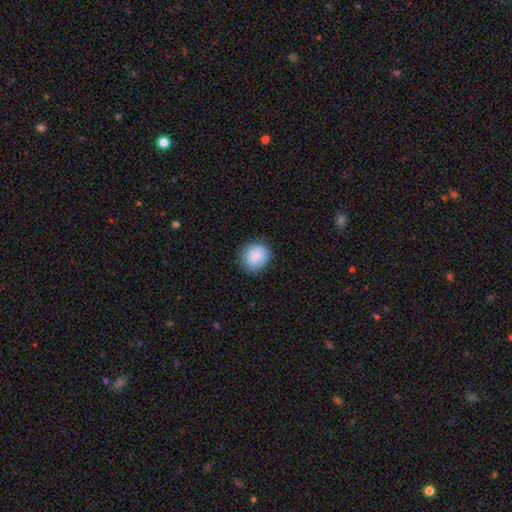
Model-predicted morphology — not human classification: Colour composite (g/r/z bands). It shows a smooth galaxy with no disk features (88%) that is round (77%). Merging: none (81%).